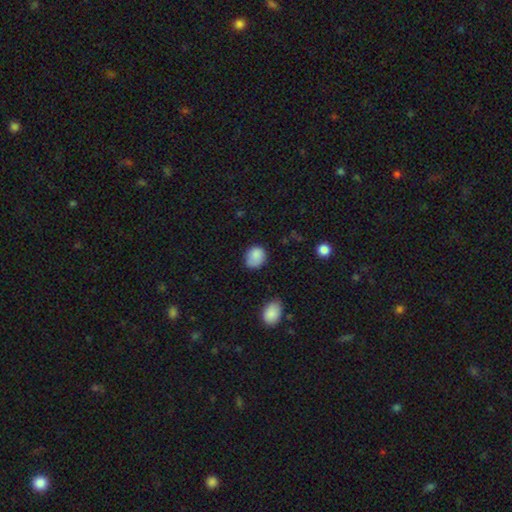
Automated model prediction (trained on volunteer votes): This is clearly a smooth galaxy (86%). How rounded: likely round (68%). Merging: likely none (66%).